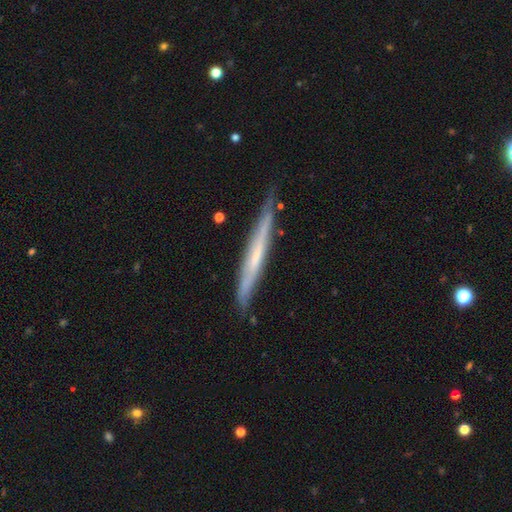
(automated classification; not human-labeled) A featured or disk galaxy (59%) viewed edge-on (92%) with no central bulge (73%).

Vote fractions:
- Smooth or featured? featured or disk: 59% / smooth: 35% / star or artifact: 6%
- Edge-on disk? yes: 92% / no: 8%
- Edge-on bulge? none: 73% / rounded: 21% / boxy: 6%
- Merging? none: 77% / minor disturbance: 19% / major disturbance: 3% / merger: 2%